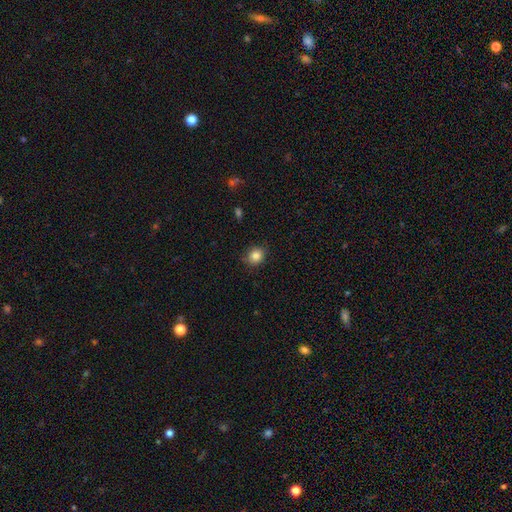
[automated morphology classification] type=smooth (85%); roundness=round (77%); merging=none (78%).